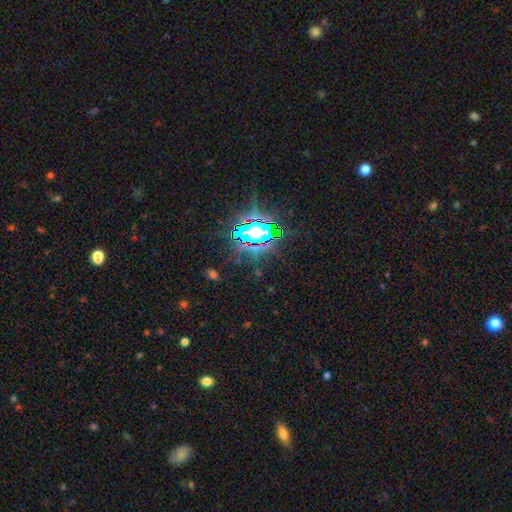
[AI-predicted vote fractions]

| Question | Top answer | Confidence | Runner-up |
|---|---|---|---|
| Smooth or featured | star or artifact | 78% | smooth (12%) |